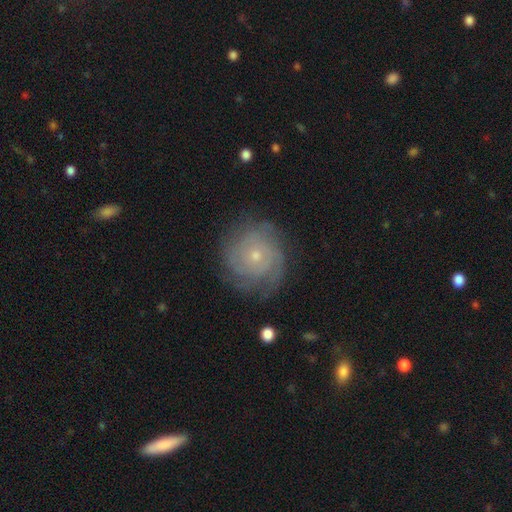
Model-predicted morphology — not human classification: A featured or disk galaxy (75%) with no bar (82%), tight (73%) spiral arms (92%) and a small central bulge (70%).

Vote fractions:
- Smooth or featured? featured or disk: 75% / smooth: 17% / star or artifact: 8%
- Edge-on disk? no: 97% / yes: 3%
- Bar? no: 82% / weak: 15% / strong: 2%
- Spiral arms? yes: 92% / no: 8%
- Spiral winding? tight: 73% / medium: 21% / loose: 6%
- Spiral arm count? can't tell: 39% / 3: 19% / 2: 17% / 4: 13% / more than 4: 6% / 1: 6%
- Bulge size? small: 70% / moderate: 27% / none: 1% / large: 1% / dominant: 1%
- Merging? none: 75% / minor disturbance: 17% / major disturbance: 7% / merger: 1%